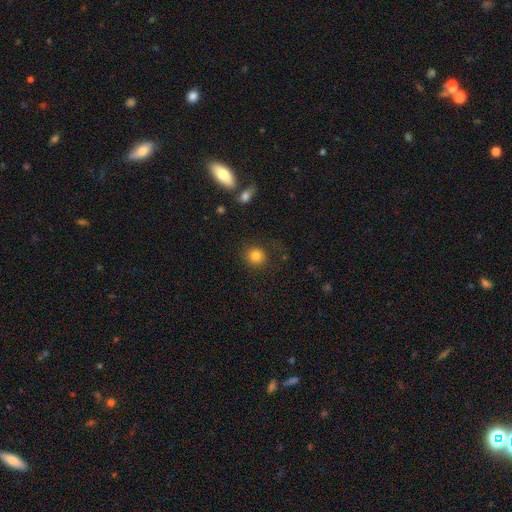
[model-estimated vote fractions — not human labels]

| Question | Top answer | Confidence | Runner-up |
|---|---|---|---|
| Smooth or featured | smooth | 82% | star or artifact (11%) |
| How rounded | round | 86% | in between (13%) |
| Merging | none | 83% | minor disturbance (10%) |